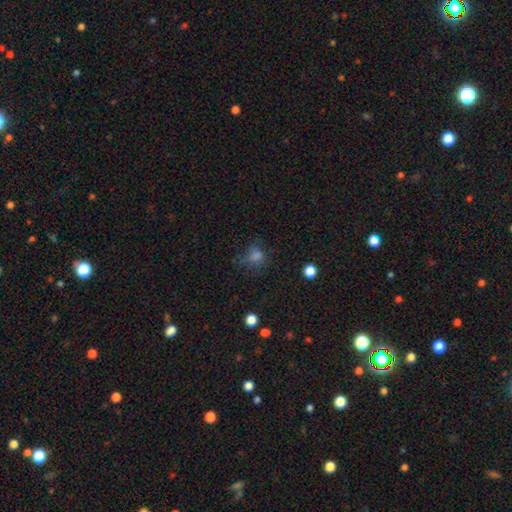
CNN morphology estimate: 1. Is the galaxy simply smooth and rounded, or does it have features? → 67% smooth, 21% star or artifact, 12% featured or disk.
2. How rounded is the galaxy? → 75% round, 24% in between, 1% cigar-shaped.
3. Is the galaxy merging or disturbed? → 57% none, 23% minor disturbance, 18% major disturbance, 3% merger.